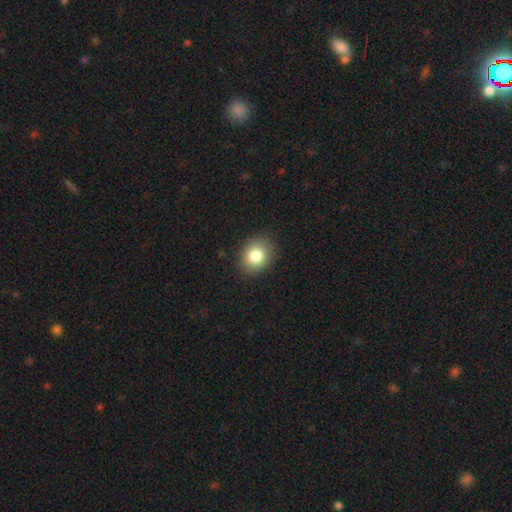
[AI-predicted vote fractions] Smooth or featured?
  - smooth: 83% *
  - star or artifact: 9%
  - featured or disk: 7%
How rounded?
  - round: 64% *
  - in between: 35%
  - cigar-shaped: 1%
Merging?
  - none: 87% *
  - minor disturbance: 9%
  - major disturbance: 3%
  - merger: 1%